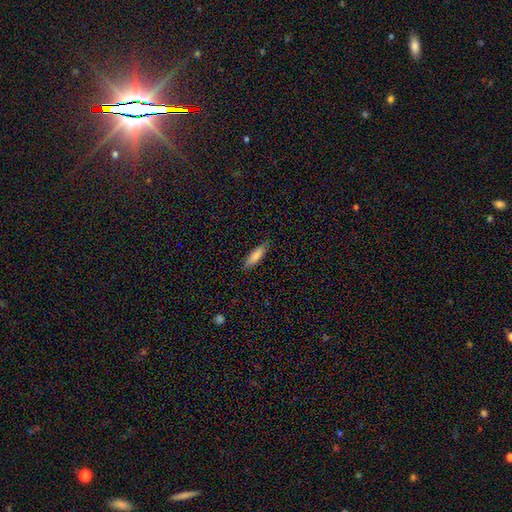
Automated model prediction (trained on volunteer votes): This is clearly a smooth galaxy (84%). How rounded: possibly cigar-shaped (52%). Merging: clearly none (85%).